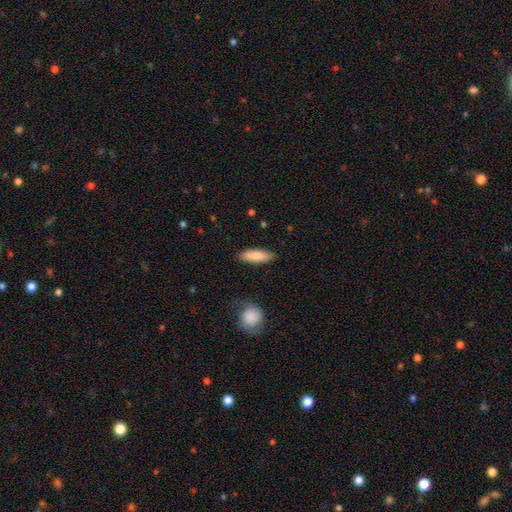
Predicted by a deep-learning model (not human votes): smooth 85%, featured or disk 9%, star or artifact 6%. Down the decision tree: how rounded — in between (59%); merging — none (83%).